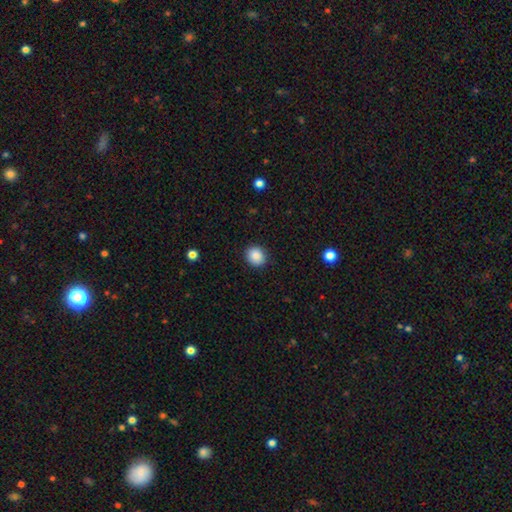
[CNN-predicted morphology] This appears to be a smooth galaxy with no disk features (88%) that is round (74%). Merging: none (90%).